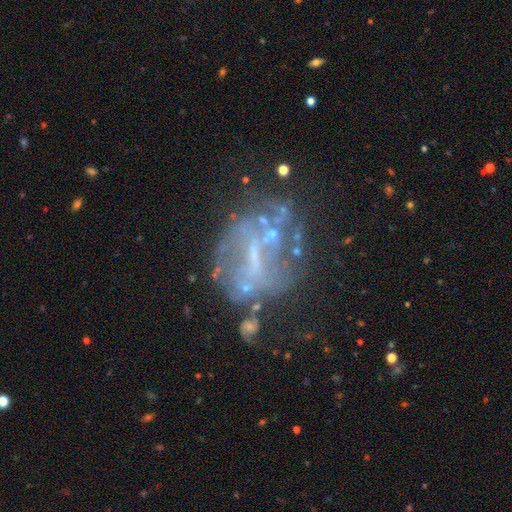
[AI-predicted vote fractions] Smooth or featured: featured or disk — 69% (star or artifact — 16%)
Edge-on disk: no — 96% (yes — 4%)
Bar: weak — 39% (no — 36%)
Spiral arms: no — 60% (yes — 40%)
Bulge size: none — 42% (small — 41%)
Merging: none — 48% (major disturbance — 24%)